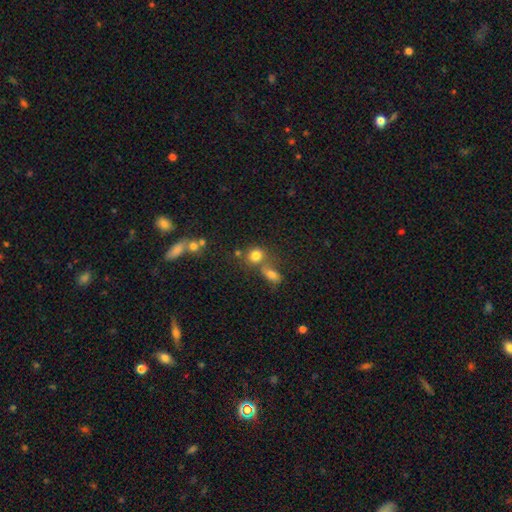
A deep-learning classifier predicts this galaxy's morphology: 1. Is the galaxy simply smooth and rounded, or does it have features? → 78% smooth, 13% star or artifact, 9% featured or disk.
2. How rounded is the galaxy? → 72% round, 27% in between, 1% cigar-shaped.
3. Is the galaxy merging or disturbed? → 51% none, 34% merger, 10% minor disturbance, 5% major disturbance.